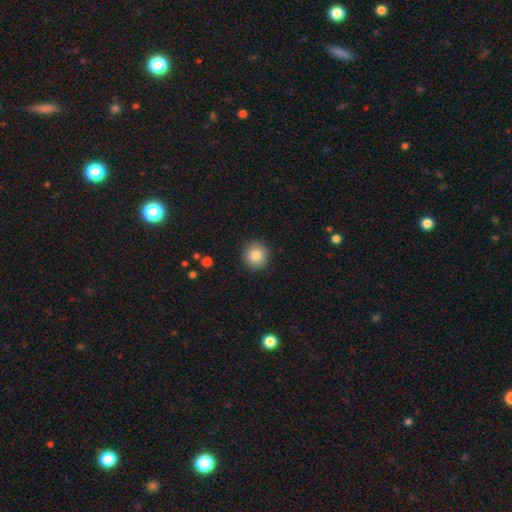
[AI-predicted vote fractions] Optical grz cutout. It shows a smooth galaxy with no disk features (85%) that is round (94%). Merging: none (92%).